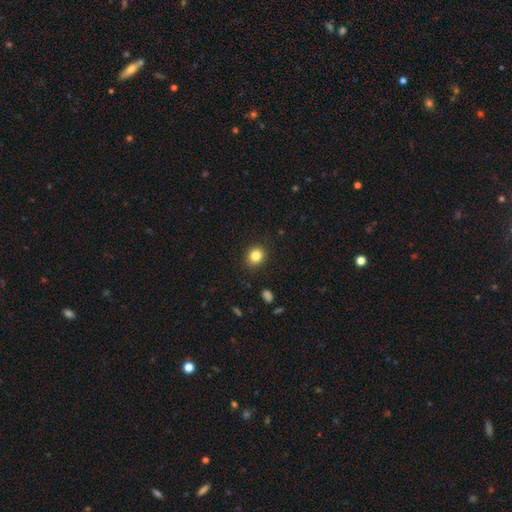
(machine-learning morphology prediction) smooth-or-featured: smooth: 84% | star or artifact: 11% | featured or disk: 5%
  how-rounded: round: 75% | in between: 24% | cigar-shaped: 1%
  merging: none: 89% | minor disturbance: 8% | major disturbance: 2% | merger: 1%